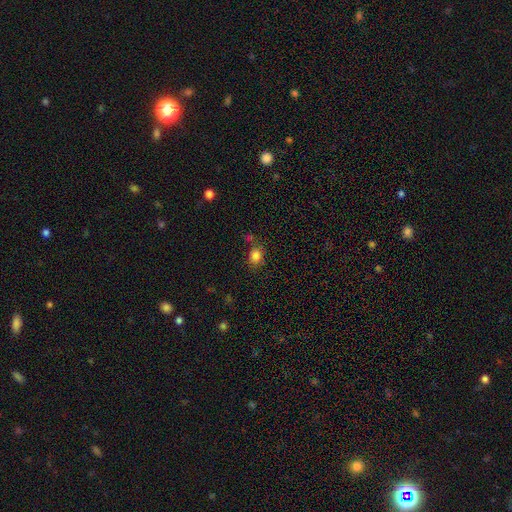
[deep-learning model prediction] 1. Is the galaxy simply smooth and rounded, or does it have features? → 83% smooth, 12% star or artifact, 5% featured or disk.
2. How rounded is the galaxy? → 58% round, 41% in between, 1% cigar-shaped.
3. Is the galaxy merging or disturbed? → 70% none, 15% minor disturbance, 9% merger, 5% major disturbance.